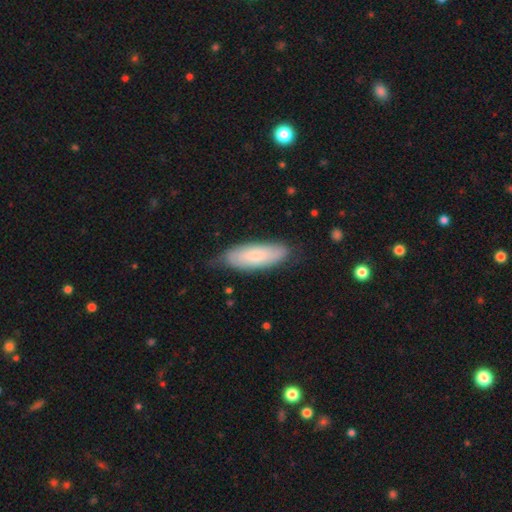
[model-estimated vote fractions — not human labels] A smooth galaxy with no disk features (69%) that is in between round and cigar-shaped (64%). Merging: none (69%).